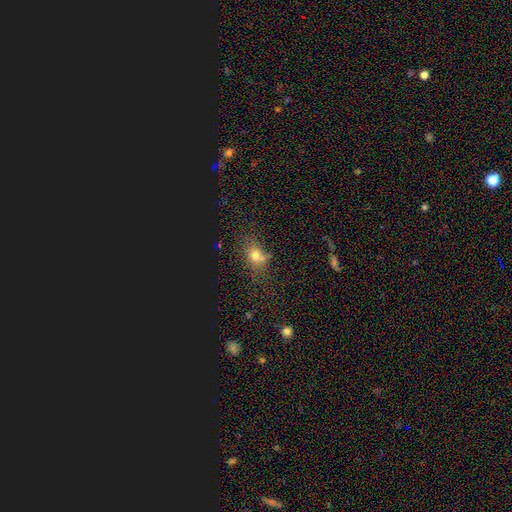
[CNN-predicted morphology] Smooth or featured? Predicted: smooth (p=0.66). How rounded? Predicted: in between (p=0.53). Merging? Predicted: none (p=0.61).